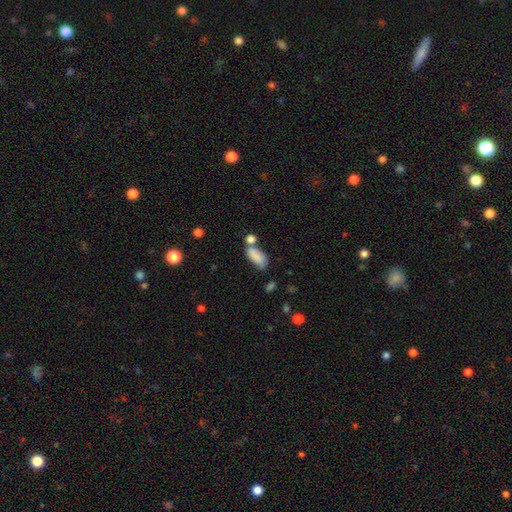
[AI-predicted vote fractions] Q: Smooth or featured?
A: smooth (81%); runner-up: featured or disk (10%)
Q: How rounded?
A: in between (86%); runner-up: cigar-shaped (10%)
Q: Merging?
A: none (40%); runner-up: merger (30%)